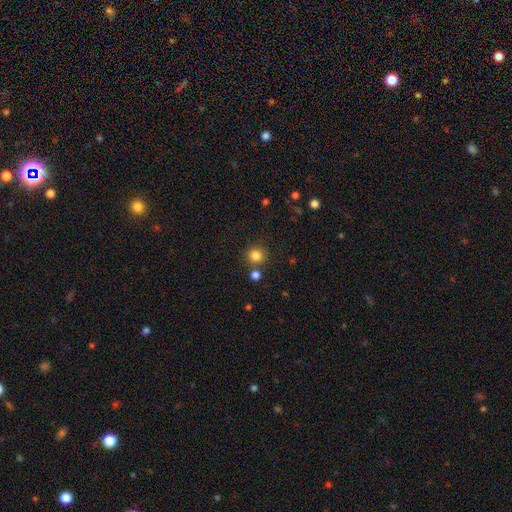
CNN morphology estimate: smooth 83%, star or artifact 13%, featured or disk 5%. Down the decision tree: how rounded — round (93%); merging — none (78%).